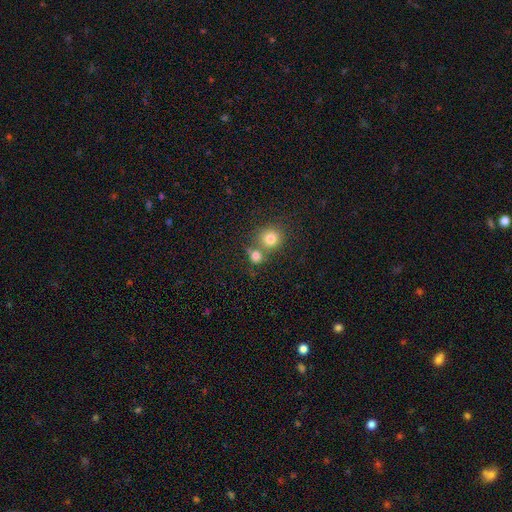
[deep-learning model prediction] A smooth galaxy with no disk features (78%) that is round (83%).

Vote fractions:
- Smooth or featured? smooth: 78% / star or artifact: 13% / featured or disk: 9%
- How rounded? round: 83% / in between: 16% / cigar-shaped: 1%
- Merging? none: 52% / merger: 37% / minor disturbance: 7% / major disturbance: 3%